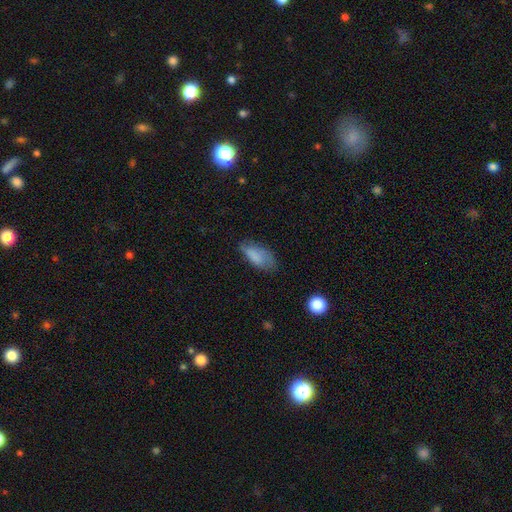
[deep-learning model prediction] Smooth or featured? Predicted: smooth (p=0.79). How rounded? Predicted: in between (p=0.88). Merging? Predicted: none (p=0.50).